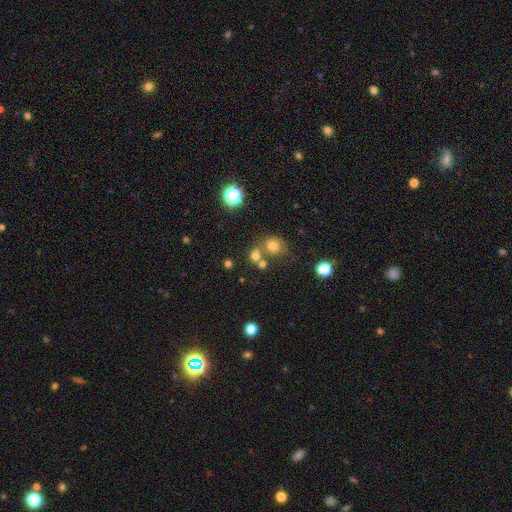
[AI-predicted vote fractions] Morphology: type=smooth (68%); roundness=round (83%); merging=none (55%).